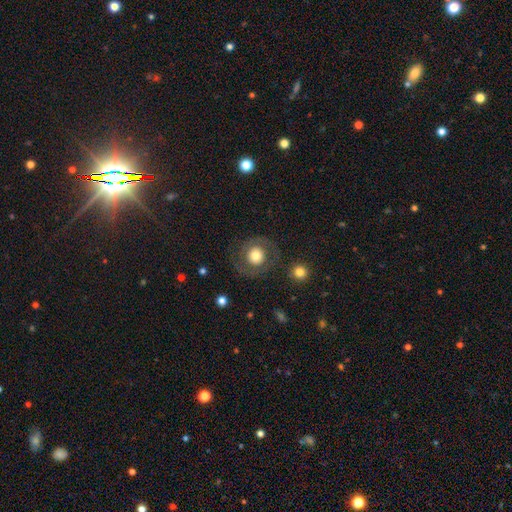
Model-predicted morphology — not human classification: type=smooth (58%); roundness=round (91%); merging=none (79%).